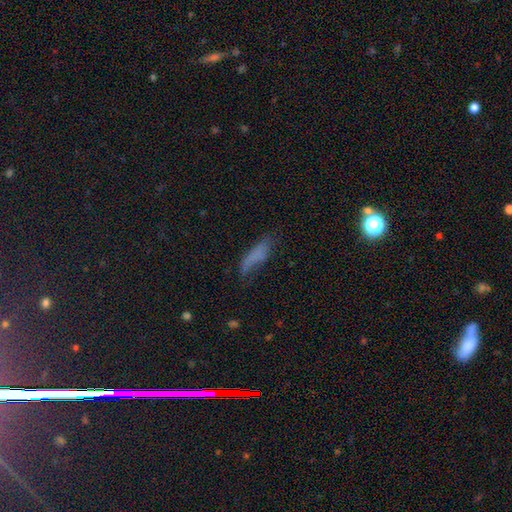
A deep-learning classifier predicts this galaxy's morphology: This appears to be a smooth galaxy with no disk features (69%) that is cigar-shaped (60%). Merging: none (49%).